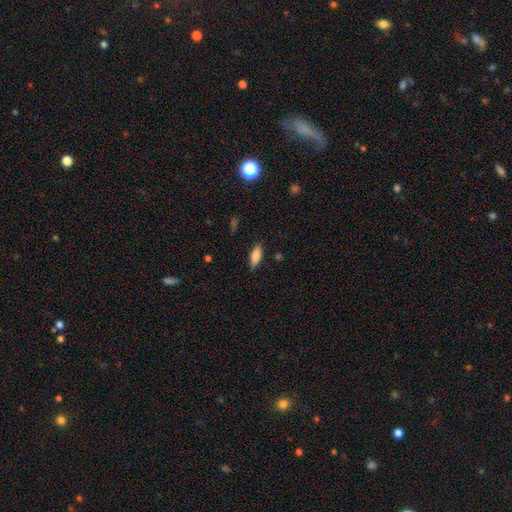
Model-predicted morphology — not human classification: smooth 78%, featured or disk 15%, star or artifact 7%. Down the decision tree: how rounded — in between (69%); merging — none (84%).